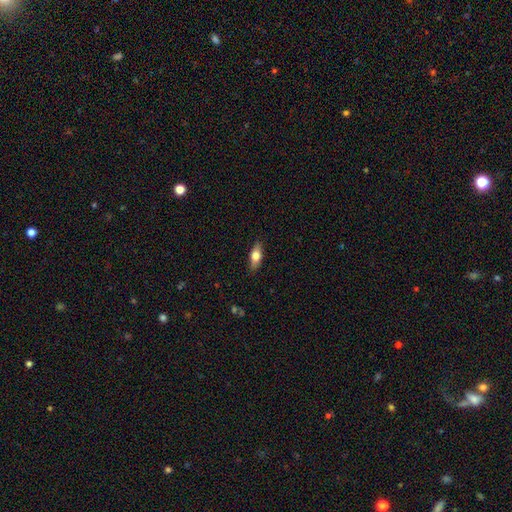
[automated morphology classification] The model was most divided on "smooth or featured": smooth: 66%, featured or disk: 28%, star or artifact: 7%. More confident: merging — none (87%); how rounded — in between (72%).